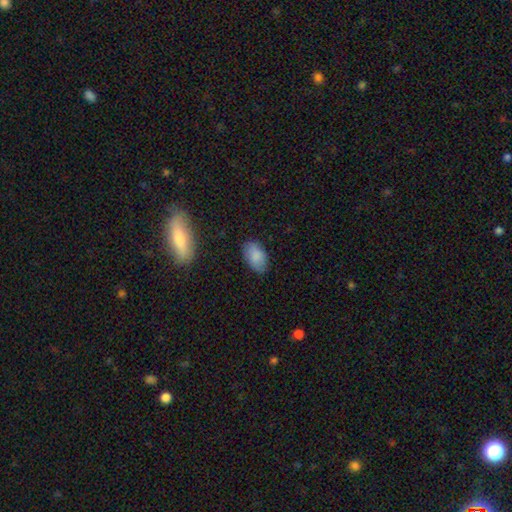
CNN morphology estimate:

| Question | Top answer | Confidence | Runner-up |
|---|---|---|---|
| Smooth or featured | smooth | 85% | featured or disk (7%) |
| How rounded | in between | 93% | round (6%) |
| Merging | none | 82% | minor disturbance (14%) |